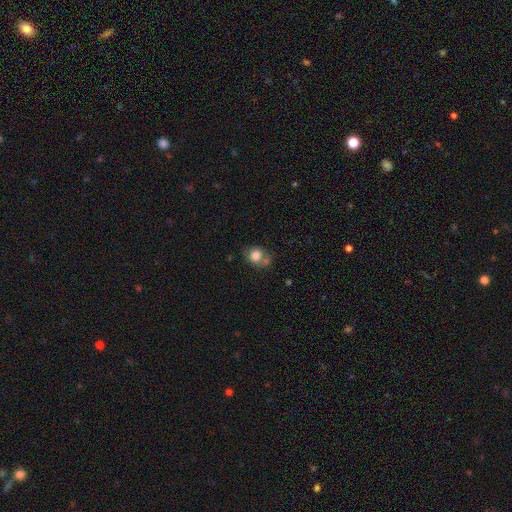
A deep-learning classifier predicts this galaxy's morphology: smooth_or_featured: smooth (p=0.80) [alt: featured or disk p=0.11]
how_rounded: round (p=0.74) [alt: in between p=0.25]
merging: none (p=0.52) [alt: merger p=0.21]